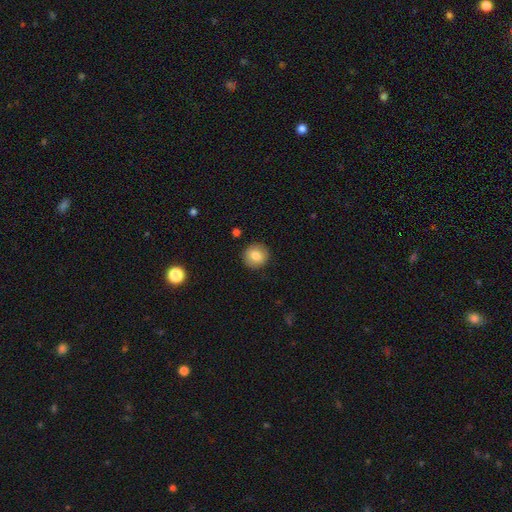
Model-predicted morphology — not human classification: This appears to be a smooth galaxy with no disk features (80%) that is round (92%). Merging: none (91%).